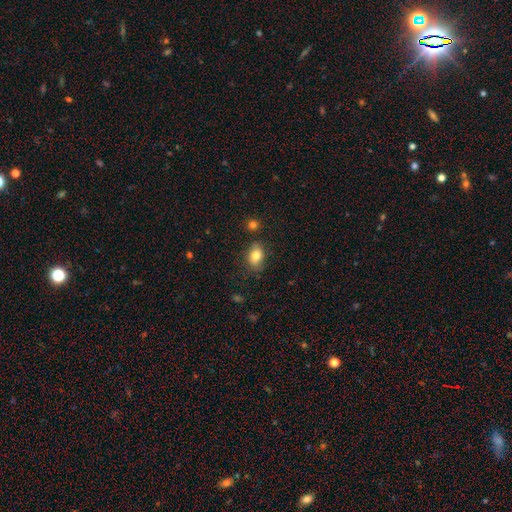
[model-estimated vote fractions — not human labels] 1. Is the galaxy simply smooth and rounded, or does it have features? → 81% smooth, 10% featured or disk, 9% star or artifact.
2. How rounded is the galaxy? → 81% in between, 17% round, 2% cigar-shaped.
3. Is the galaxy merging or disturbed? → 75% none, 17% minor disturbance, 4% merger, 4% major disturbance.